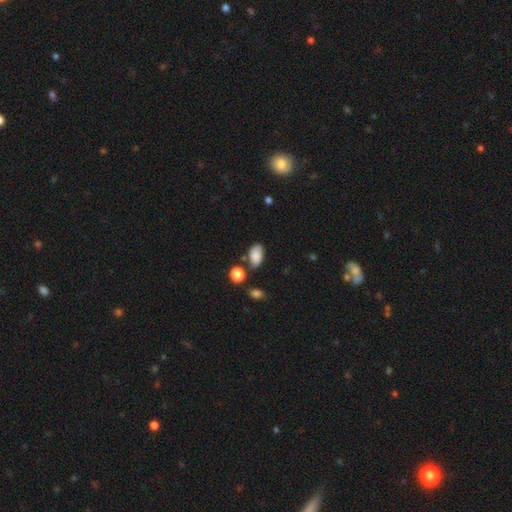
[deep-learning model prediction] smooth_or_featured: smooth (p=0.83) [alt: star or artifact p=0.09]
how_rounded: in between (p=0.91) [alt: round p=0.07]
merging: none (p=0.66) [alt: minor disturbance p=0.20]